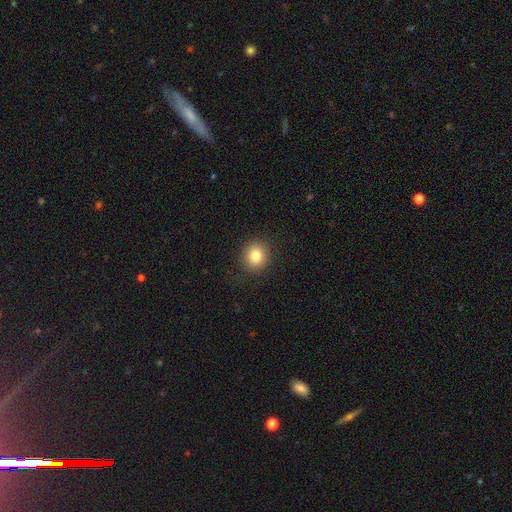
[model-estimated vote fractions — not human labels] The model was most divided on "how rounded": round: 82%, in between: 17%, cigar-shaped: 1%. More confident: merging — none (89%); smooth or featured — smooth (83%).